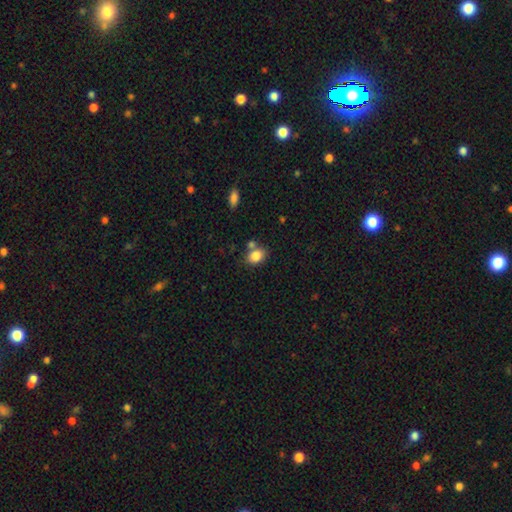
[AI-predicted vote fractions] smooth-or-featured: smooth: 84% | star or artifact: 9% | featured or disk: 7%
  how-rounded: in between: 68% | round: 31% | cigar-shaped: 1%
  merging: none: 62% | merger: 20% | minor disturbance: 14% | major disturbance: 4%